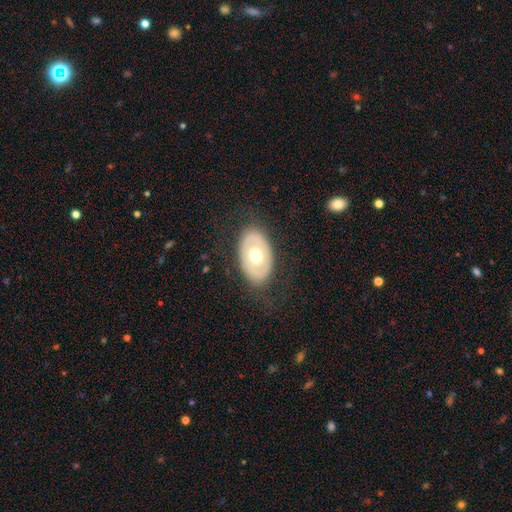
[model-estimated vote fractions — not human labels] Overall: featured or disk (49%; smooth 45%). Merging: none (80%).